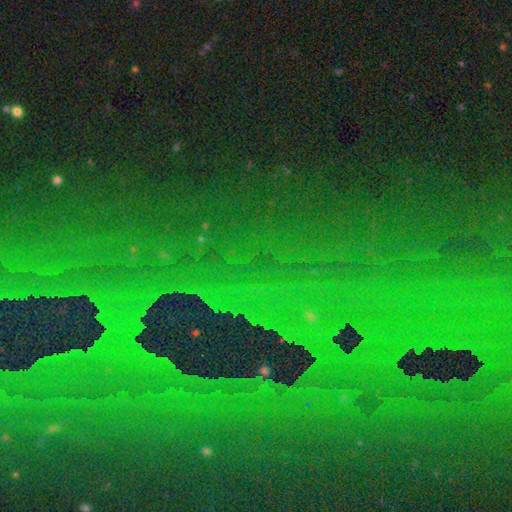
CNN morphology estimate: star or artifact 84%, featured or disk 8%, smooth 7%.